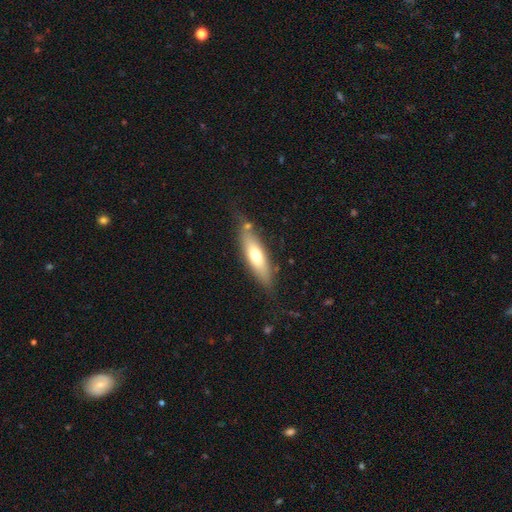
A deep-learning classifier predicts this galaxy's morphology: A smooth galaxy with no disk features (62%) that is cigar-shaped (55%). Merging: none (72%).